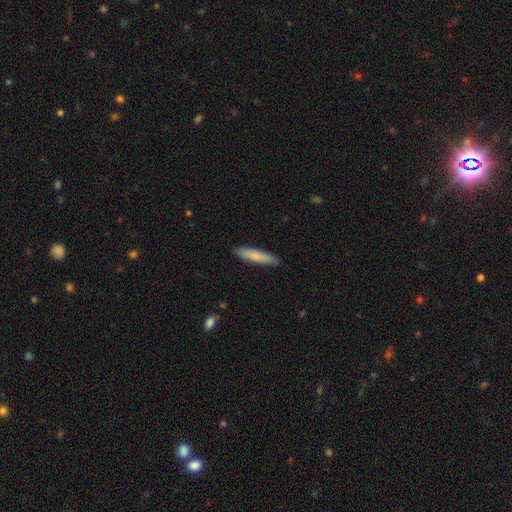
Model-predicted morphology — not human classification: A smooth galaxy with no disk features (79%) that is cigar-shaped (84%).

Vote fractions:
- Smooth or featured? smooth: 79% / featured or disk: 16% / star or artifact: 5%
- How rounded? cigar-shaped: 84% / in between: 15% / round: 1%
- Merging? none: 89% / minor disturbance: 9% / major disturbance: 2% / merger: 1%